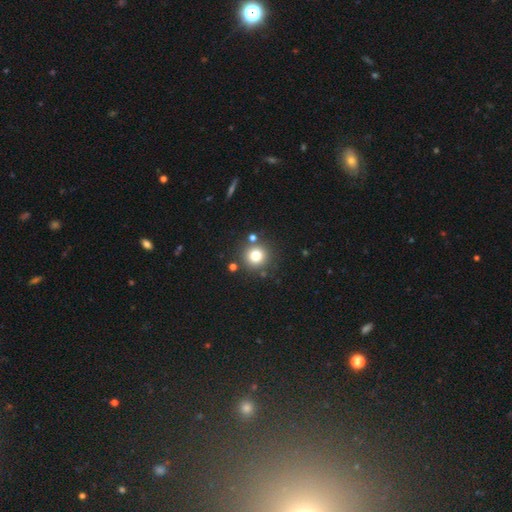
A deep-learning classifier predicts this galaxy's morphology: smooth 78%, star or artifact 13%, featured or disk 9%. Down the decision tree: how rounded — round (94%); merging — none (83%).